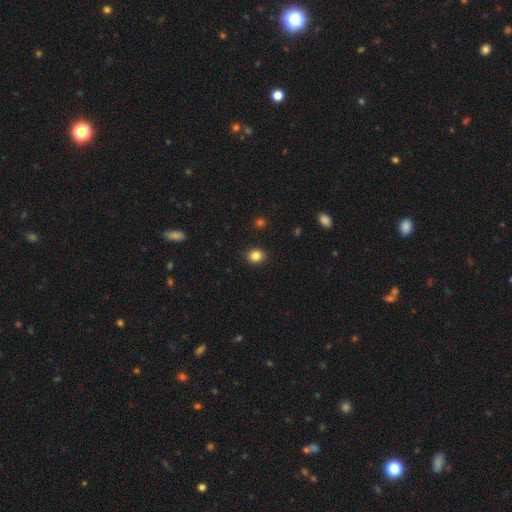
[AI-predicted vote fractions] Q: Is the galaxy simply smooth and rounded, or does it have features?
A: smooth — 84%.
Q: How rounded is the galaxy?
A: round — 78%.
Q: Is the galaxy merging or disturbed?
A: none — 91%.